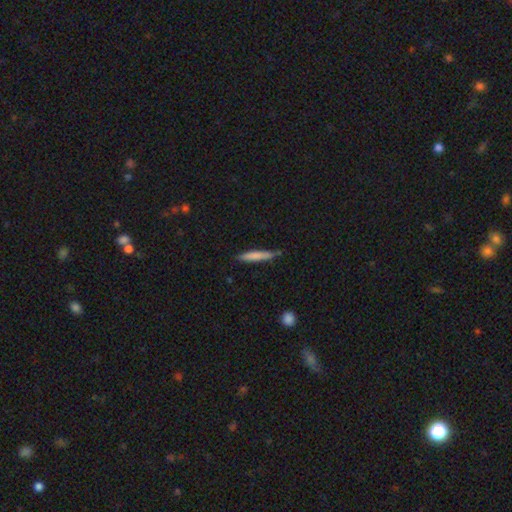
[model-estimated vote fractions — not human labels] This is likely a smooth galaxy (75%). How rounded: clearly cigar-shaped (92%). Merging: likely none (75%).